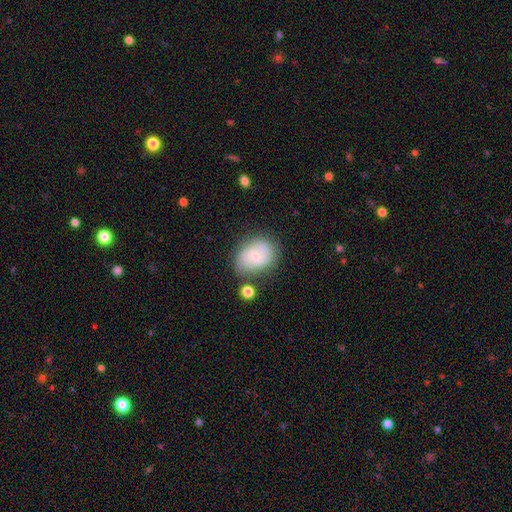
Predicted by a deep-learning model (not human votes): This is possibly a smooth galaxy (57%). How rounded: likely in between (63%). Merging: likely none (65%).